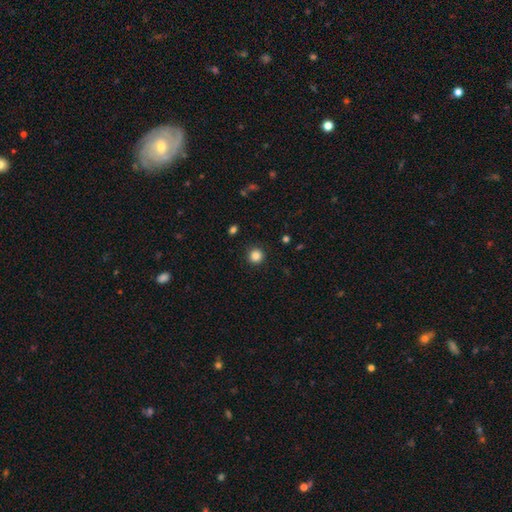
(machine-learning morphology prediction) Smooth or featured? smooth (85%)
How rounded? round (95%)
Merging? none (91%)